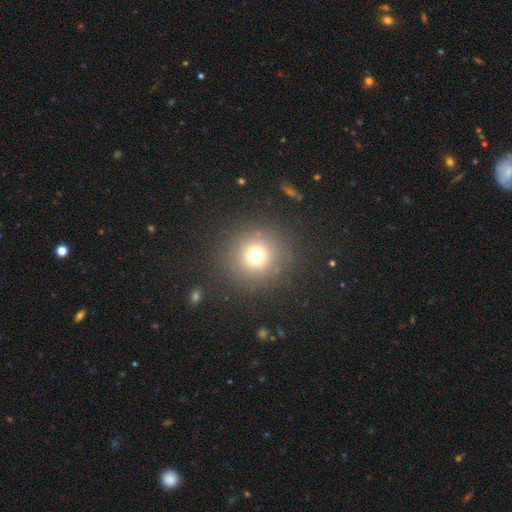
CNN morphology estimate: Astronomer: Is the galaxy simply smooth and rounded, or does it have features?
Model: smooth — 72%.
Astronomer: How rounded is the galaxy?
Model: round — 94%.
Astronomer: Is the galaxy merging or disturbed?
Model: none — 88%.